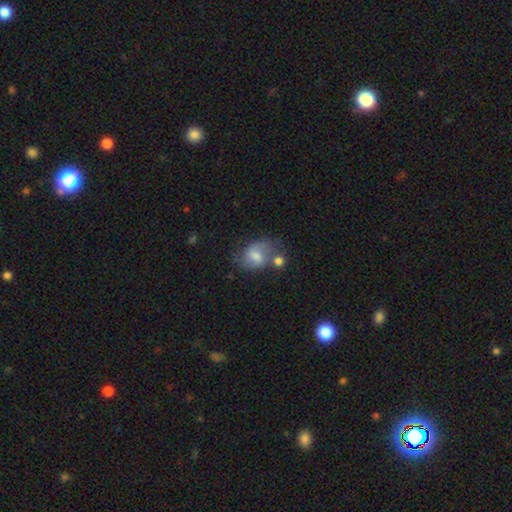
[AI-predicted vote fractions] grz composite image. It shows a smooth galaxy with no disk features (59%) that is in between round and cigar-shaped (59%). Merging: none (47%).